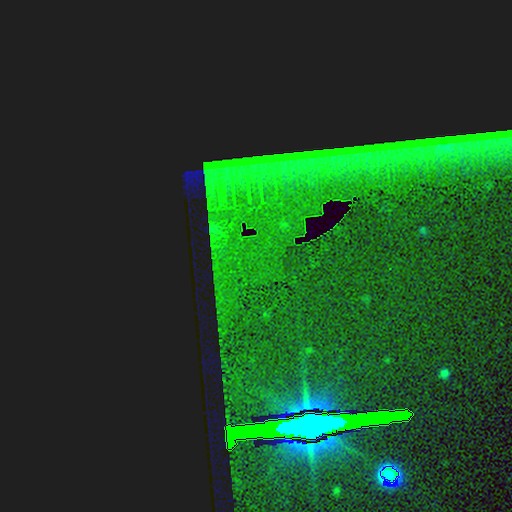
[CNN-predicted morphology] type=star or artifact (89%).